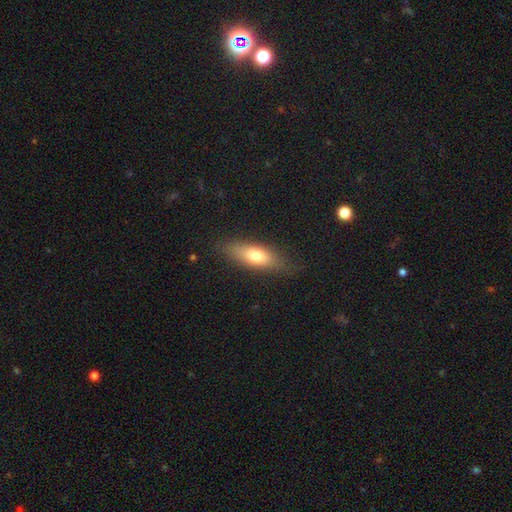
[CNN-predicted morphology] Smooth or featured? Predicted: smooth (p=0.71). How rounded? Predicted: in between (p=0.62). Merging? Predicted: none (p=0.80).